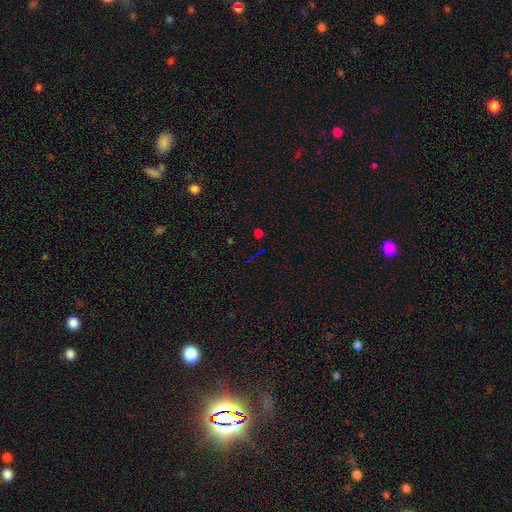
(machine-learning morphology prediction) This appears to be a star or artifact, not a galaxy (65%).